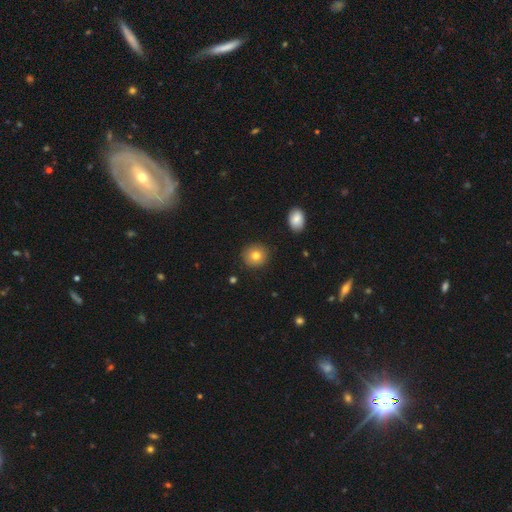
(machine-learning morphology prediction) Smooth or featured? smooth (79%)
How rounded? round (90%)
Merging? none (90%)